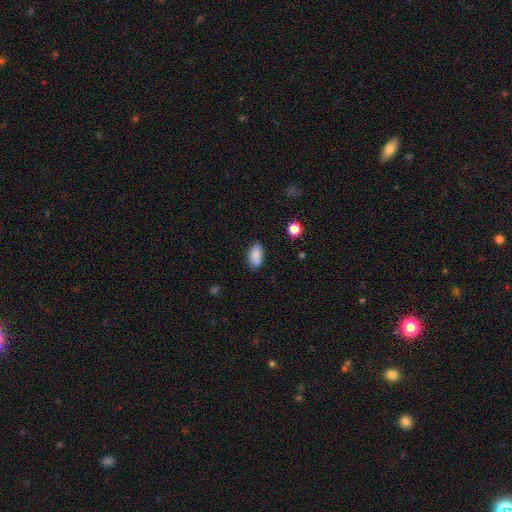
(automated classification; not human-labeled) Morphology: type=smooth (85%); roundness=in between (91%); merging=none (78%).